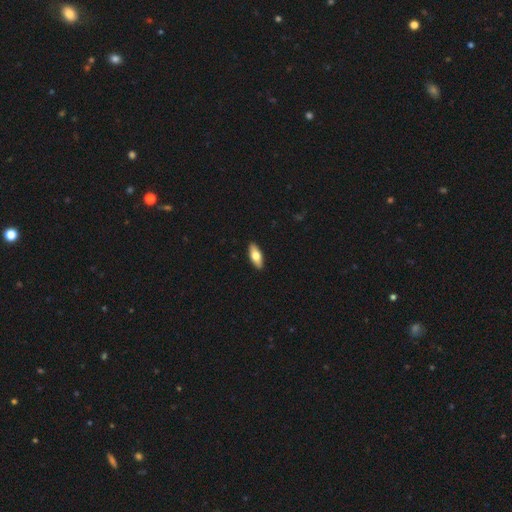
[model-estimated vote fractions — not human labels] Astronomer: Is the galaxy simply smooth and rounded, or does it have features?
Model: smooth — 70%.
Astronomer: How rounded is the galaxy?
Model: in between — 74%.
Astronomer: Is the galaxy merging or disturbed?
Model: none — 91%.